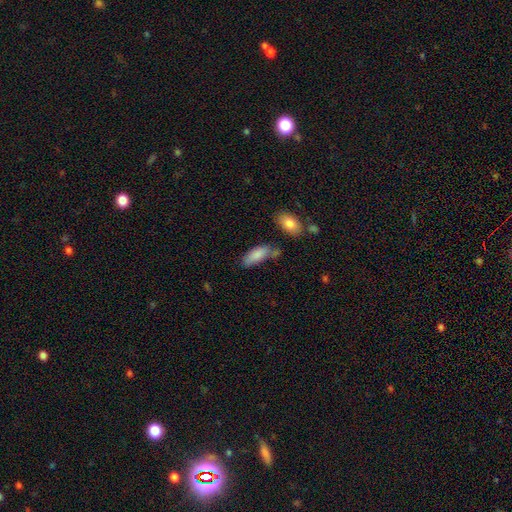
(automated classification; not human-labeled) Smooth or featured? Predicted: smooth (p=0.83). How rounded? Predicted: in between (p=0.79). Merging? Predicted: none (p=0.51).